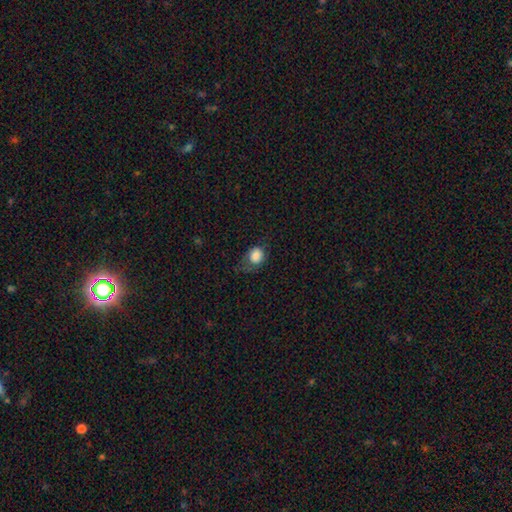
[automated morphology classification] Smooth or featured?
  - smooth: 83% *
  - star or artifact: 9%
  - featured or disk: 8%
How rounded?
  - round: 62% *
  - in between: 37%
  - cigar-shaped: 1%
Merging?
  - none: 46% *
  - minor disturbance: 31%
  - major disturbance: 21%
  - merger: 2%